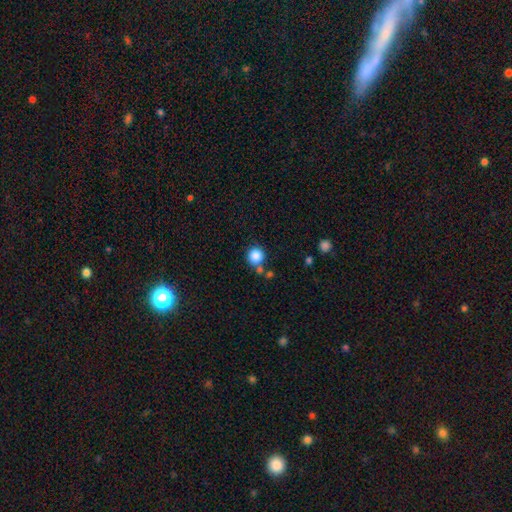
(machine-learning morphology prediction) A smooth galaxy with no disk features (86%) that is round (93%). Merging: none (67%).